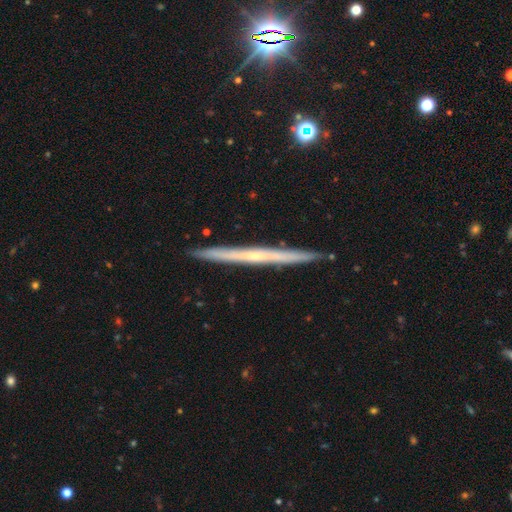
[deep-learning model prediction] smooth_or_featured: featured or disk (p=0.67) [alt: smooth p=0.26]
disk_edge_on: yes (p=0.97) [alt: no p=0.03]
edge_on_bulge: none (p=0.65) [alt: rounded p=0.32]
merging: none (p=0.92) [alt: minor disturbance p=0.06]